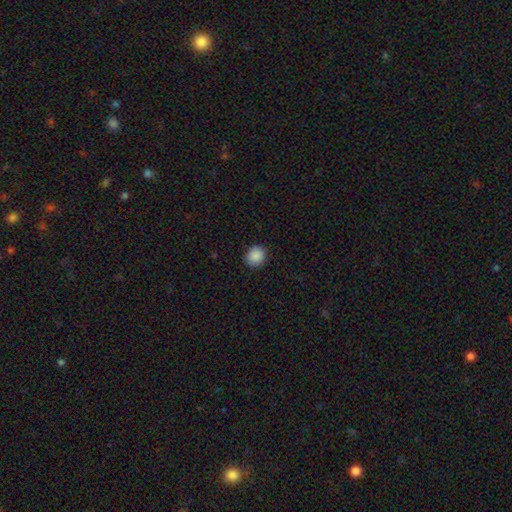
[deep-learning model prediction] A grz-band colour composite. It shows a smooth galaxy with no disk features (89%) that is round (80%). Merging: none (90%).